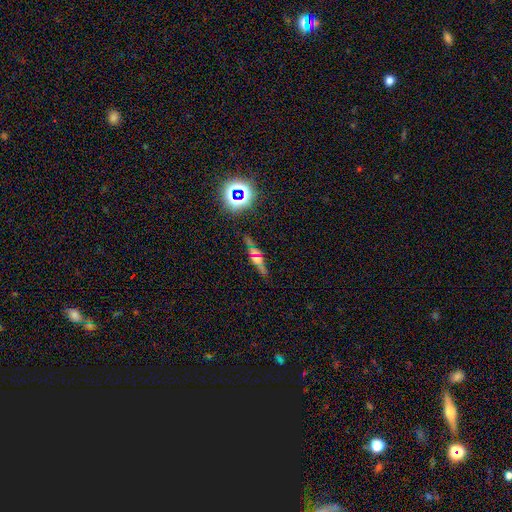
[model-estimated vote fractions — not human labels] Smooth or featured: smooth — 41% (star or artifact — 30%)
Merging: none — 80% (minor disturbance — 12%)